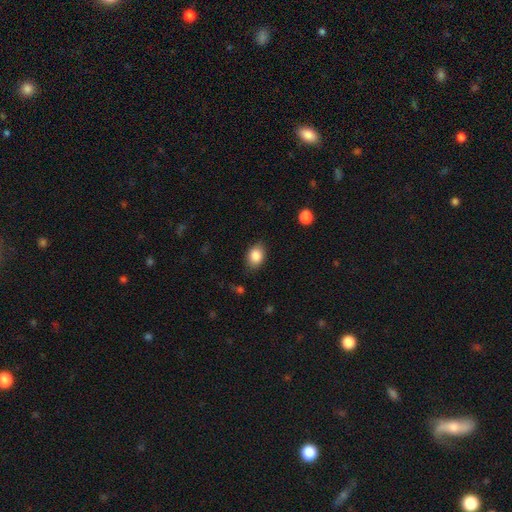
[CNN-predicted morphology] Smooth or featured? smooth (87%)
How rounded? in between (75%)
Merging? none (82%)